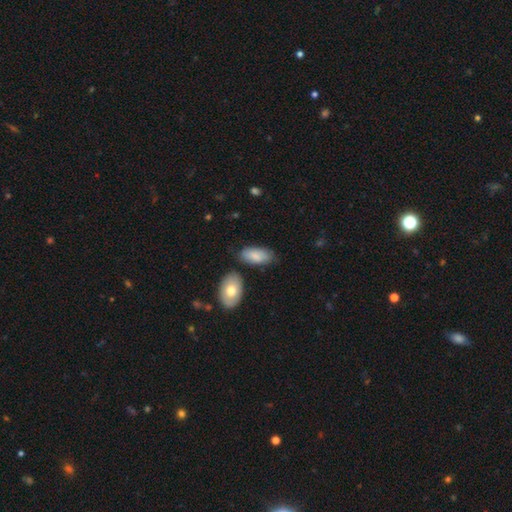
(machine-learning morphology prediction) Smooth or featured?
  - smooth: 81% *
  - featured or disk: 13%
  - star or artifact: 6%
How rounded?
  - in between: 92% *
  - cigar-shaped: 5%
  - round: 2%
Merging?
  - none: 68% *
  - minor disturbance: 20%
  - merger: 7%
  - major disturbance: 5%